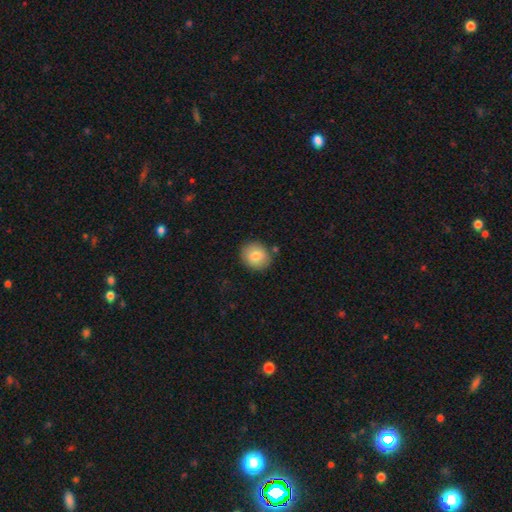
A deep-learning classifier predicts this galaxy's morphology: smooth-or-featured: smooth: 82% | featured or disk: 10% | star or artifact: 8%
  how-rounded: round: 78% | in between: 21% | cigar-shaped: 1%
  merging: none: 84% | minor disturbance: 10% | merger: 3% | major disturbance: 3%